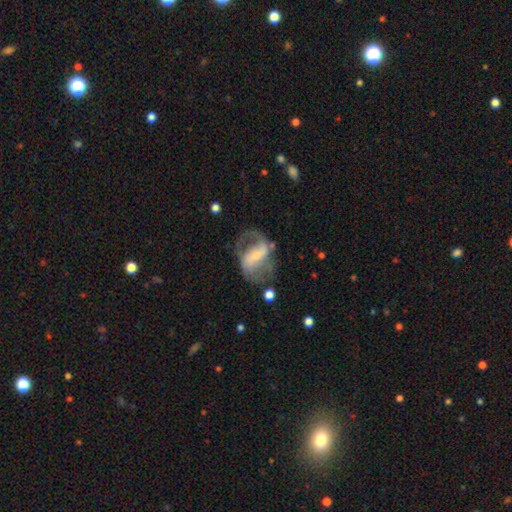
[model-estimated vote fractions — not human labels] smooth_or_featured: featured or disk (p=0.77) [alt: smooth p=0.16]
disk_edge_on: no (p=0.96) [alt: yes p=0.04]
bar: strong (p=0.37) [tied with: weak p=0.37]
has_spiral_arms: yes (p=0.83) [alt: no p=0.17]
spiral_winding: loose (p=0.44) [alt: medium p=0.43]
spiral_arm_count: 2 (p=0.78) [alt: 1 p=0.10]
bulge_size: small (p=0.56) [alt: moderate p=0.30]
merging: none (p=0.50) [alt: major disturbance p=0.27]